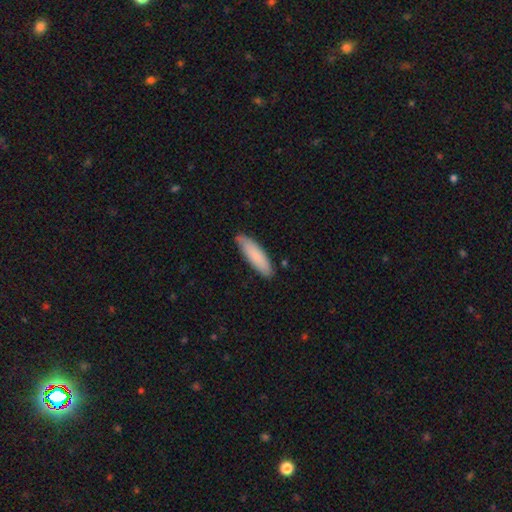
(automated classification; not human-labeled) This appears to be a smooth galaxy with no disk features (83%) that is cigar-shaped (64%). Merging: none (83%).